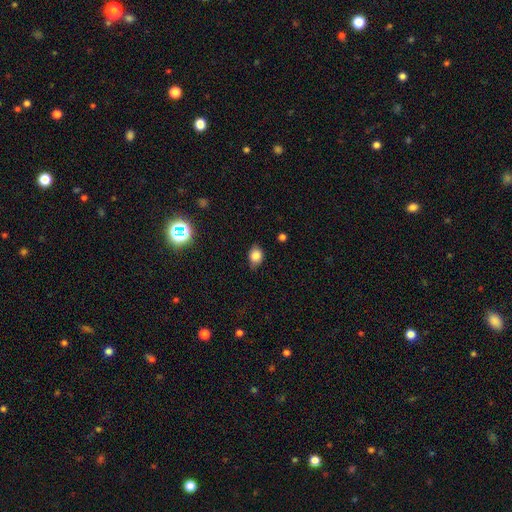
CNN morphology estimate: This is clearly a smooth galaxy (81%). How rounded: likely in between (66%). Merging: likely none (74%).